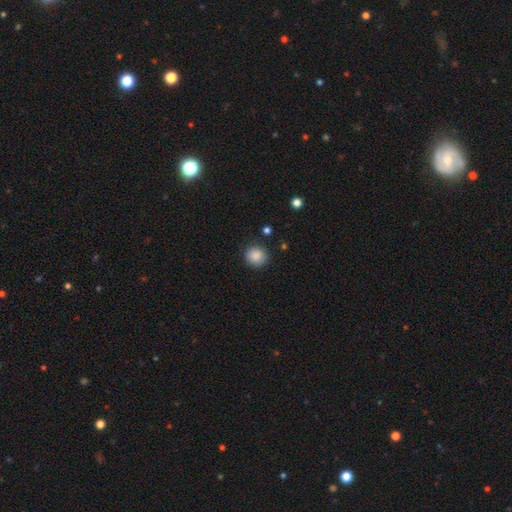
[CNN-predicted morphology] A smooth galaxy with no disk features (88%) that is round (90%). Merging: none (86%).